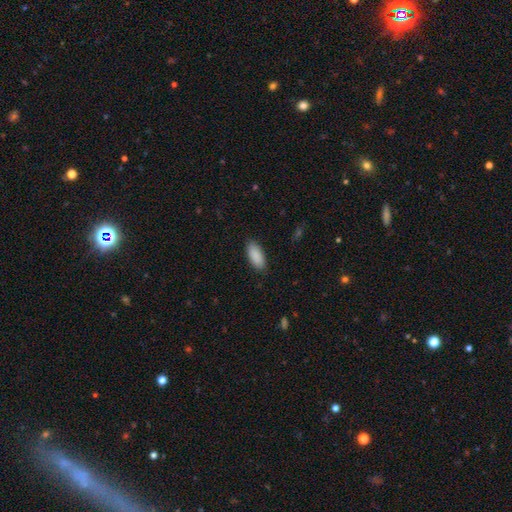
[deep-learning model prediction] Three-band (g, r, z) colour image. It shows a smooth galaxy with no disk features (91%) that is in between round and cigar-shaped (87%). Merging: none (88%).